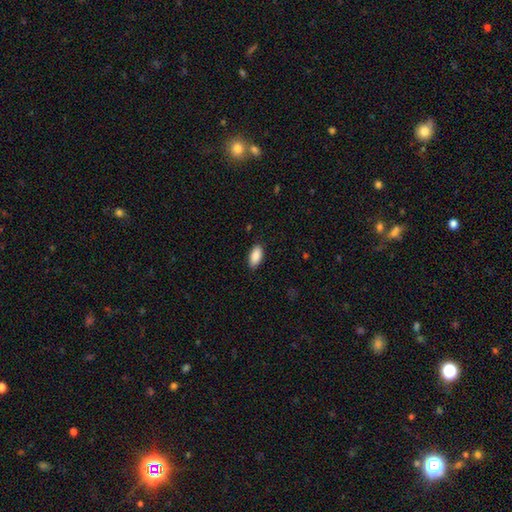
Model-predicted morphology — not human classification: This is clearly a smooth galaxy (90%). How rounded: clearly in between (92%). Merging: clearly none (86%).